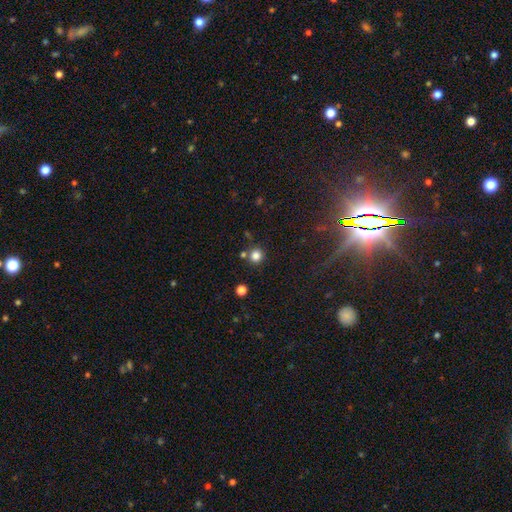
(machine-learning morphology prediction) This appears to be a smooth galaxy with no disk features (82%) that is round (93%). Merging: none (81%).